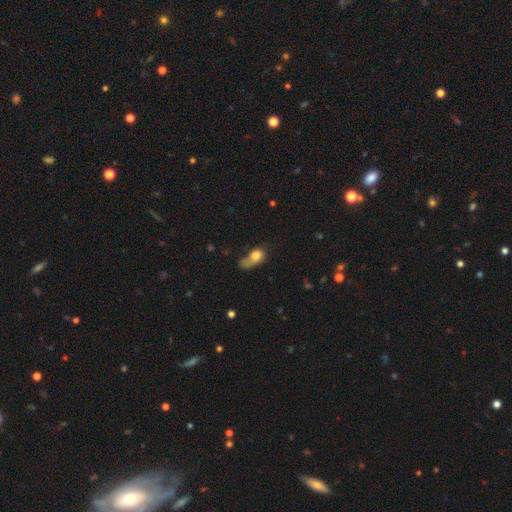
Overall: smooth (72%). How rounded: round (50%, tied with in between). Merging: minor disturbance (30%; none 27%).